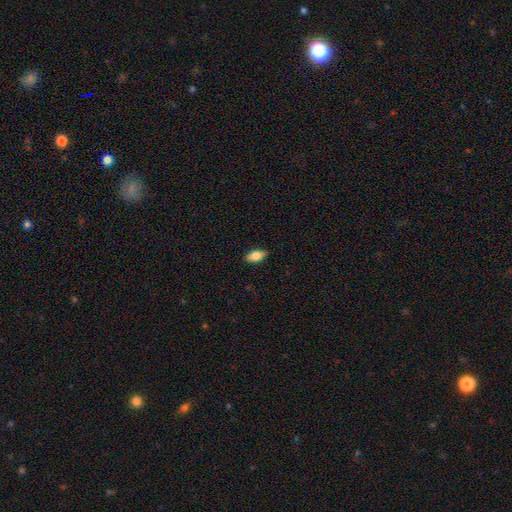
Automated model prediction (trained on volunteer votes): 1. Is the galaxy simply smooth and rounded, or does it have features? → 79% smooth, 14% featured or disk, 7% star or artifact.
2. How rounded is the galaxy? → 90% in between, 7% cigar-shaped, 4% round.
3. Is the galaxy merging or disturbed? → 88% none, 9% minor disturbance, 2% major disturbance, 1% merger.